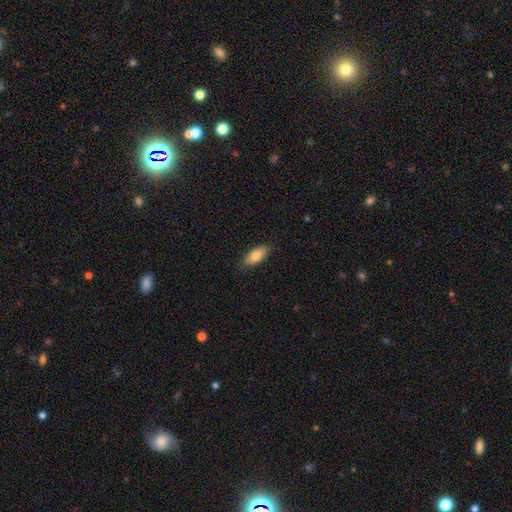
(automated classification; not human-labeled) This is clearly a smooth galaxy (81%). How rounded: clearly in between (83%). Merging: clearly none (85%).